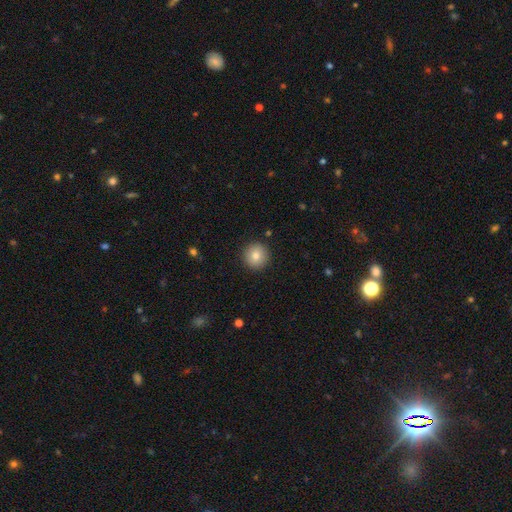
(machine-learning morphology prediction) type=smooth (81%); roundness=round (95%); merging=none (92%).